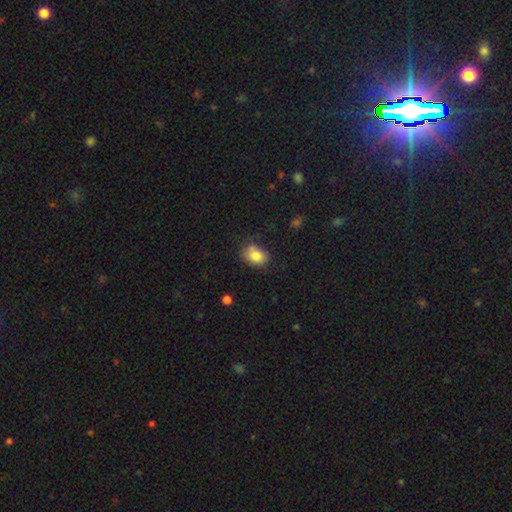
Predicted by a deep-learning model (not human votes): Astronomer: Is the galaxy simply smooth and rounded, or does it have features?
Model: smooth — 81%.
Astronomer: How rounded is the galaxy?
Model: in between — 68%.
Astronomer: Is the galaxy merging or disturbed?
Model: none — 58%.